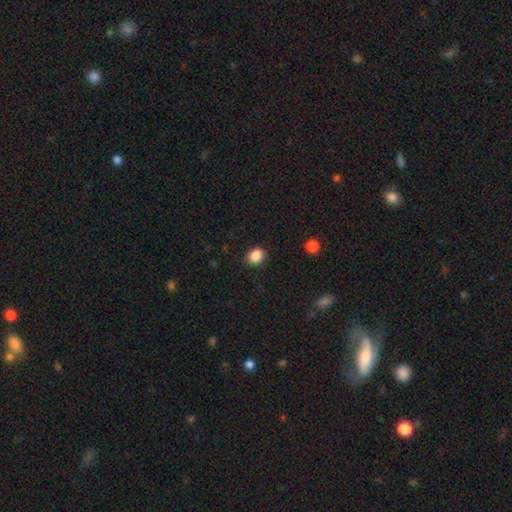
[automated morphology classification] This is clearly a smooth galaxy (88%). How rounded: possibly round (57%). Merging: clearly none (89%).